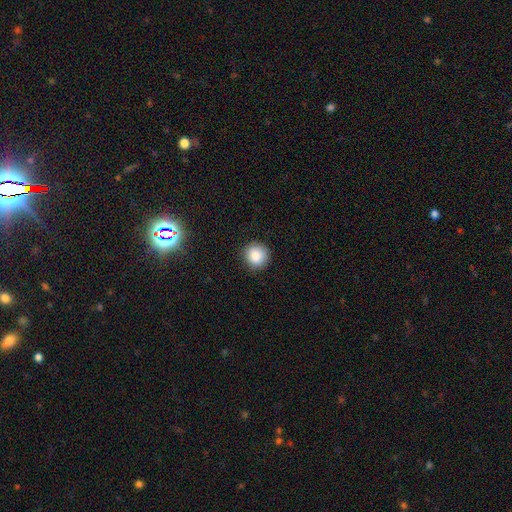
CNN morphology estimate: smooth-or-featured: smooth: 86% | star or artifact: 9% | featured or disk: 5%
  how-rounded: round: 92% | in between: 7% | cigar-shaped: 1%
  merging: none: 89% | minor disturbance: 8% | major disturbance: 2% | merger: 1%